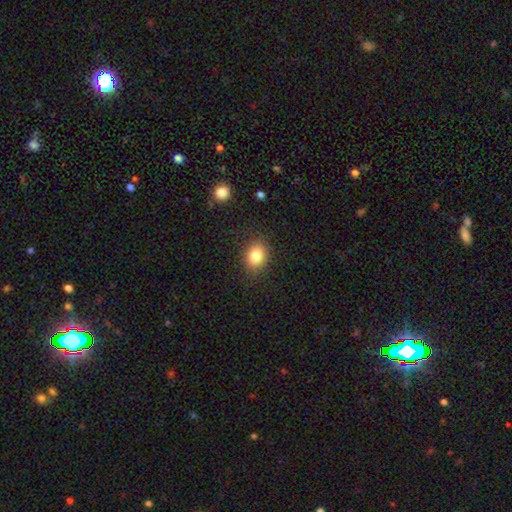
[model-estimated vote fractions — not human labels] Smooth or featured?
  - smooth: 82% *
  - star or artifact: 10%
  - featured or disk: 8%
How rounded?
  - in between: 53% *
  - round: 46%
  - cigar-shaped: 1%
Merging?
  - none: 85% *
  - minor disturbance: 10%
  - major disturbance: 3%
  - merger: 1%